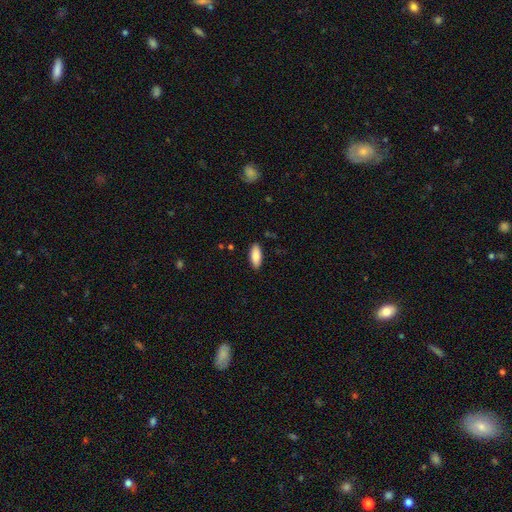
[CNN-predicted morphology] Smooth or featured?
  - smooth: 86% *
  - featured or disk: 8%
  - star or artifact: 6%
How rounded?
  - in between: 78% *
  - cigar-shaped: 21%
  - round: 2%
Merging?
  - none: 88% *
  - minor disturbance: 9%
  - major disturbance: 2%
  - merger: 1%